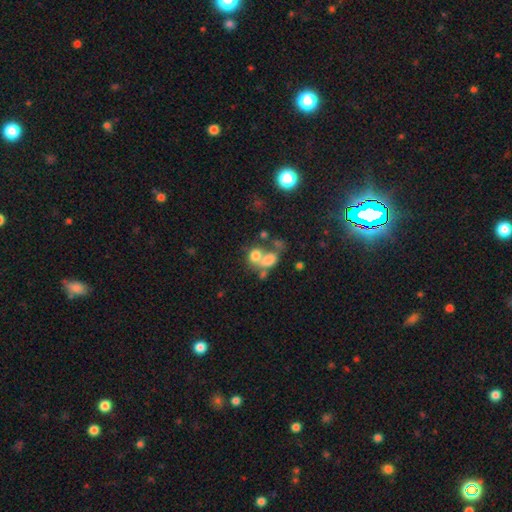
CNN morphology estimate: The model was most divided on "how rounded": in between: 58%, round: 41%, cigar-shaped: 1%. More confident: smooth or featured — smooth (68%); merging — merger (60%).